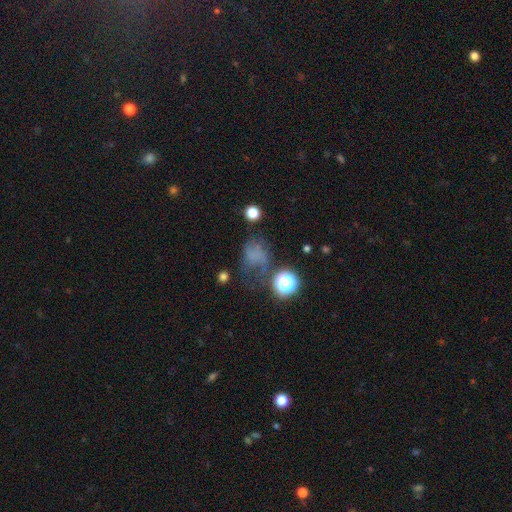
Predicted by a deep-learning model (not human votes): smooth-or-featured: smooth: 51% | star or artifact: 28% | featured or disk: 22%
  how-rounded: round: 49% (tied) | in between: 49% (tied) | cigar-shaped: 2%
  merging: none: 38% | major disturbance: 31% | minor disturbance: 23% | merger: 7%